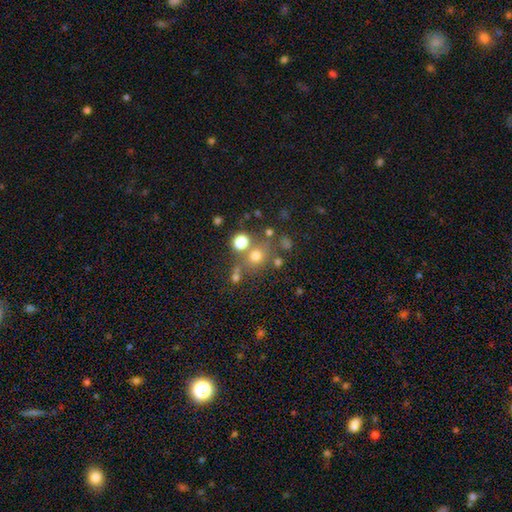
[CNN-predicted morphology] smooth-or-featured: smooth: 65% | star or artifact: 23% | featured or disk: 12%
  how-rounded: round: 85% | in between: 14% | cigar-shaped: 1%
  merging: none: 66% | merger: 18% | minor disturbance: 10% | major disturbance: 6%